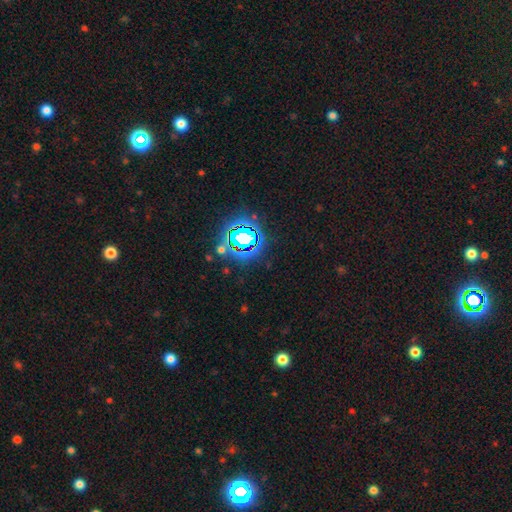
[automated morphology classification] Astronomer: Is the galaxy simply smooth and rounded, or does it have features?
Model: star or artifact — 83%.